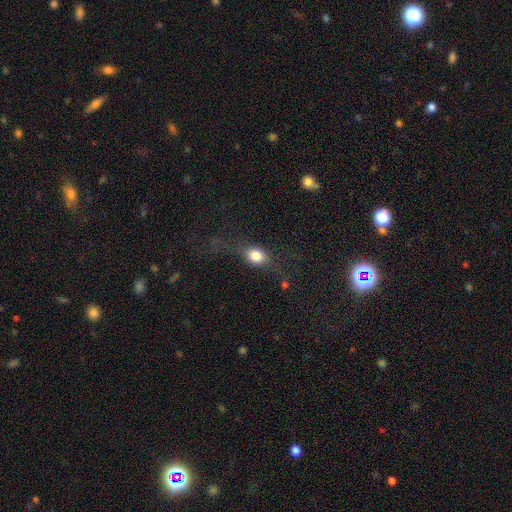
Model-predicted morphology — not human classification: Smooth or featured: smooth — 70% (featured or disk — 19%)
How rounded: in between — 52% (round — 41%)
Merging: none — 58% (minor disturbance — 22%)